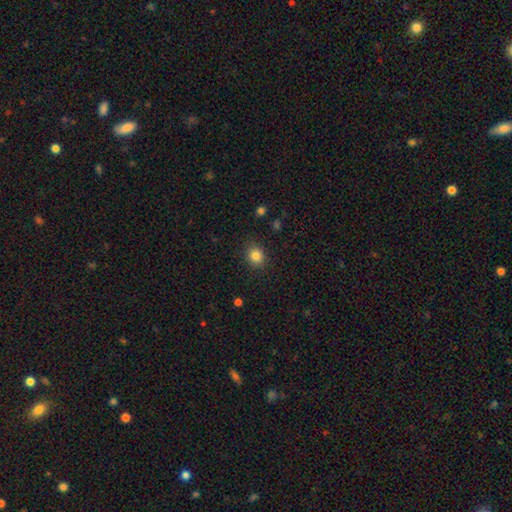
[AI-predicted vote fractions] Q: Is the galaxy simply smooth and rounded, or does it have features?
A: smooth — 84%.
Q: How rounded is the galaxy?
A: round — 74%.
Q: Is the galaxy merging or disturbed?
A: none — 87%.